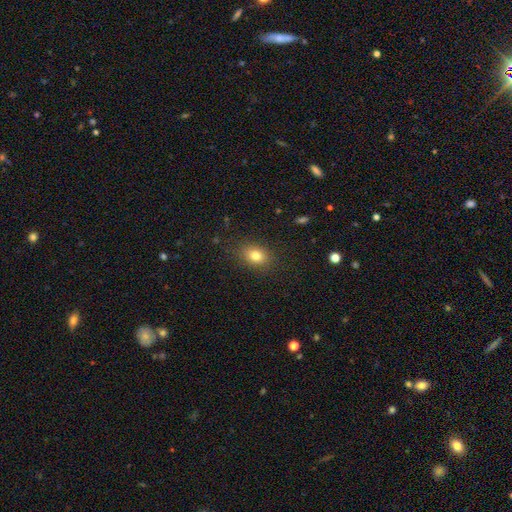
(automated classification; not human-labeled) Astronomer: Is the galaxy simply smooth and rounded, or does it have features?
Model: smooth — 80%.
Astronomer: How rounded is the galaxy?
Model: in between — 65%.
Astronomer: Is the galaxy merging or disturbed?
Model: none — 85%.